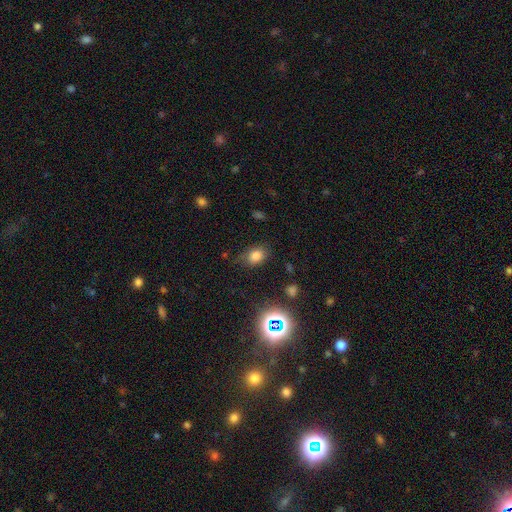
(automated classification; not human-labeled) A smooth galaxy with no disk features (76%) that is in between round and cigar-shaped (66%).

Vote fractions:
- Smooth or featured? smooth: 76% / star or artifact: 17% / featured or disk: 7%
- How rounded? in between: 66% / round: 33% / cigar-shaped: 1%
- Merging? none: 73% / minor disturbance: 19% / major disturbance: 6% / merger: 2%